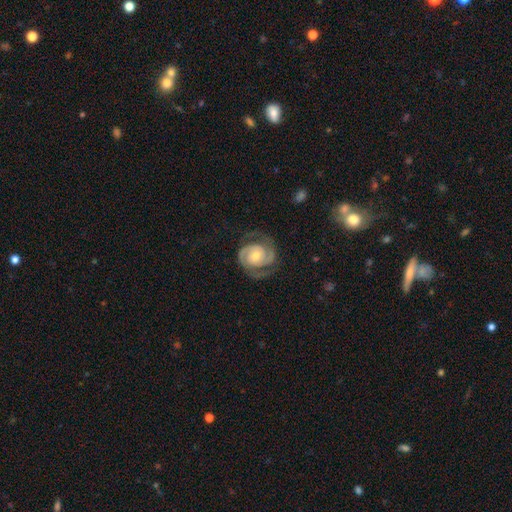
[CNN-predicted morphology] The model was most divided on "spiral winding": tight: 51%, medium: 40%, loose: 9%. More confident: edge-on disk — no (98%); spiral arms — yes (98%); spiral arm count — 2 (91%); smooth or featured — featured or disk (90%); merging — none (76%); bar — no (67%); bulge size — moderate (59%).